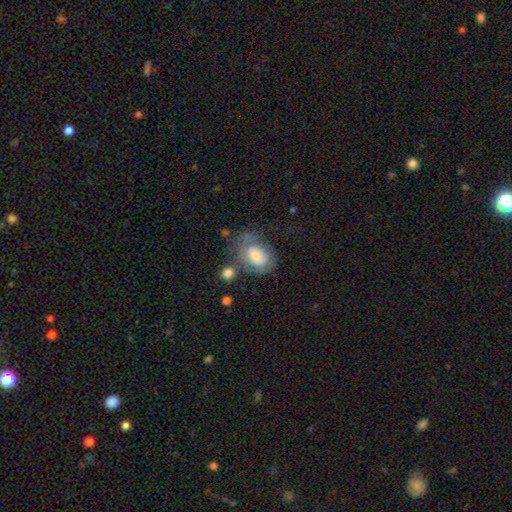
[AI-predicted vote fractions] smooth_or_featured: smooth (p=0.50) [alt: featured or disk p=0.42]
merging: none (p=0.45) [alt: minor disturbance p=0.25]